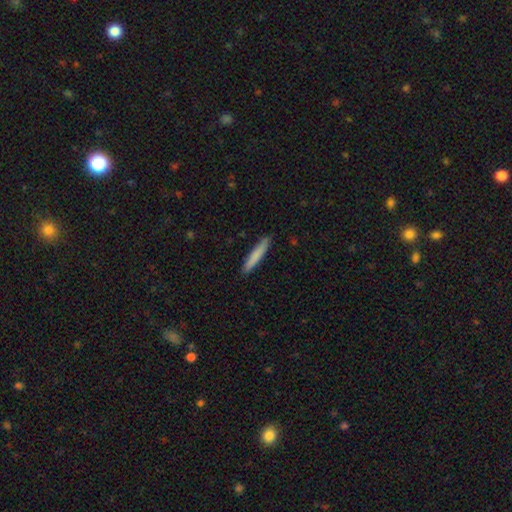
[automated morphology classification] smooth-or-featured: smooth: 80% | featured or disk: 15% | star or artifact: 5%
  how-rounded: cigar-shaped: 94% | in between: 5% | round: 1%
  merging: none: 90% | minor disturbance: 8% | major disturbance: 1% | merger: 1%